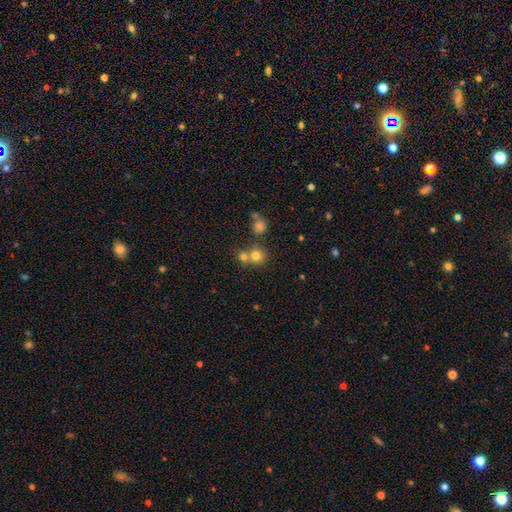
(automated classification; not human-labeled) Smooth or featured? Predicted: smooth (p=0.75). How rounded? Predicted: round (p=0.85). Merging? Predicted: none (p=0.52).